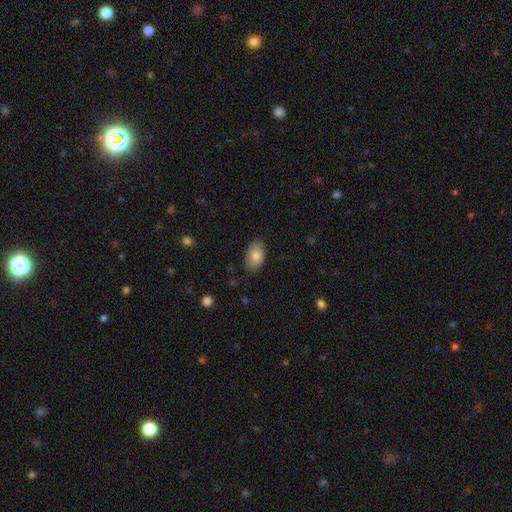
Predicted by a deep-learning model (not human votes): smooth-or-featured: smooth: 78% | featured or disk: 15% | star or artifact: 7%
  how-rounded: in between: 91% | round: 7% | cigar-shaped: 1%
  merging: none: 77% | minor disturbance: 19% | major disturbance: 3% | merger: 1%